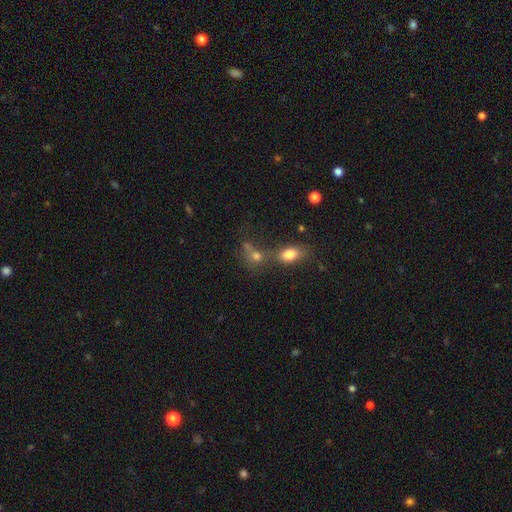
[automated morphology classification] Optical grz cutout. It shows a smooth galaxy with no disk features (68%) that is in between round and cigar-shaped (49%). Merging: merger (48%).